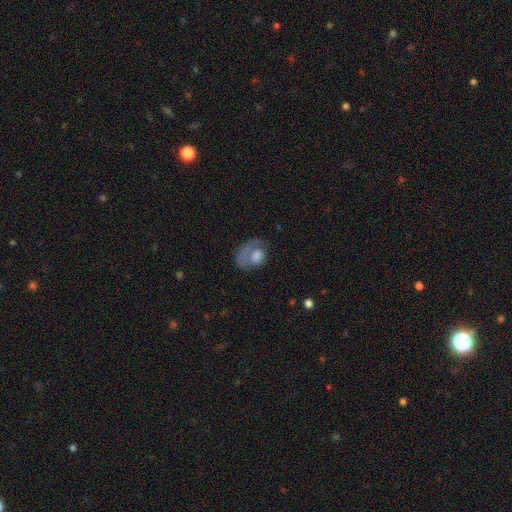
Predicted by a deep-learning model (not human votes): Q: Smooth or featured?
A: smooth (47%); runner-up: featured or disk (42%)
Q: Merging?
A: none (40%); runner-up: major disturbance (37%)